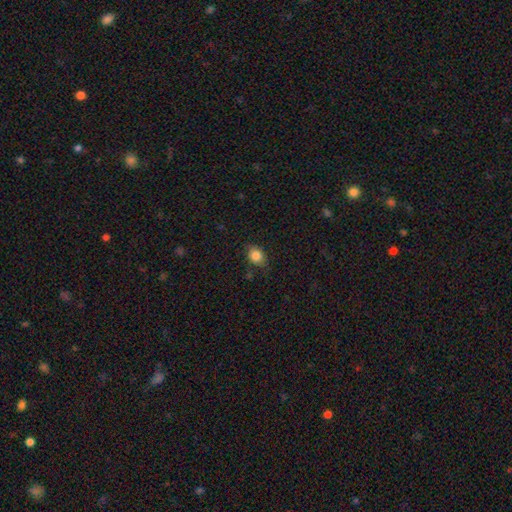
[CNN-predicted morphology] smooth_or_featured: smooth (p=0.85) [alt: star or artifact p=0.09]
how_rounded: in between (p=0.58) [alt: round p=0.41]
merging: none (p=0.75) [alt: minor disturbance p=0.20]